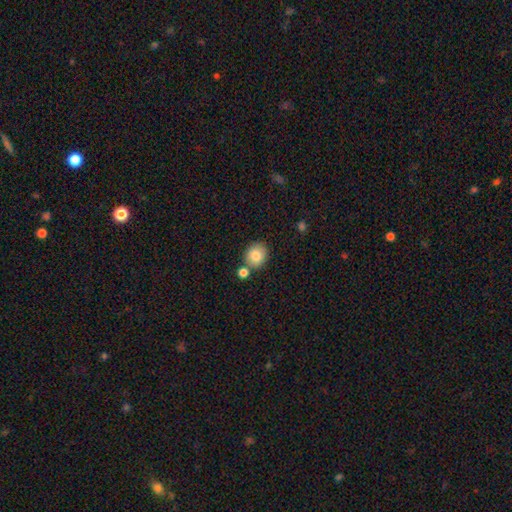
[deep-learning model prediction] smooth 82%, star or artifact 9%, featured or disk 9%. Down the decision tree: how rounded — round (74%); merging — none (73%).